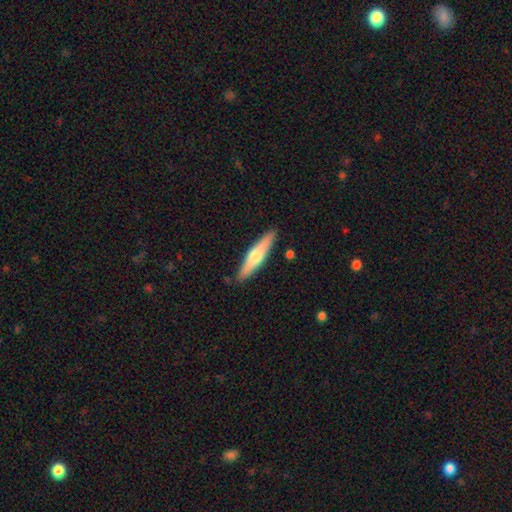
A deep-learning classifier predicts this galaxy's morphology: The model was most divided on "smooth or featured": smooth: 48%, featured or disk: 47%, star or artifact: 5%. More confident: merging — none (88%).